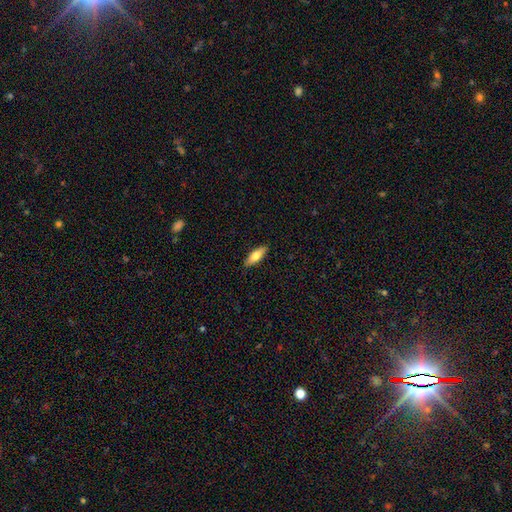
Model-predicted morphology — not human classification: Smooth or featured? Predicted: smooth (p=0.67). How rounded? Predicted: in between (p=0.57). Merging? Predicted: none (p=0.89).